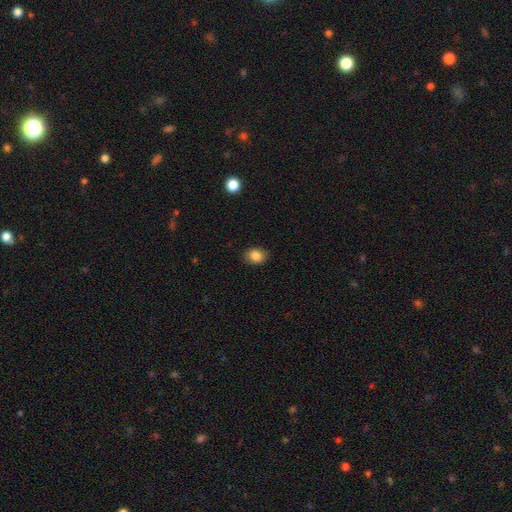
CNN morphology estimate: Smooth or featured?
  - smooth: 85% *
  - star or artifact: 9%
  - featured or disk: 6%
How rounded?
  - in between: 61% *
  - round: 38%
  - cigar-shaped: 1%
Merging?
  - none: 87% *
  - minor disturbance: 10%
  - major disturbance: 2%
  - merger: 1%